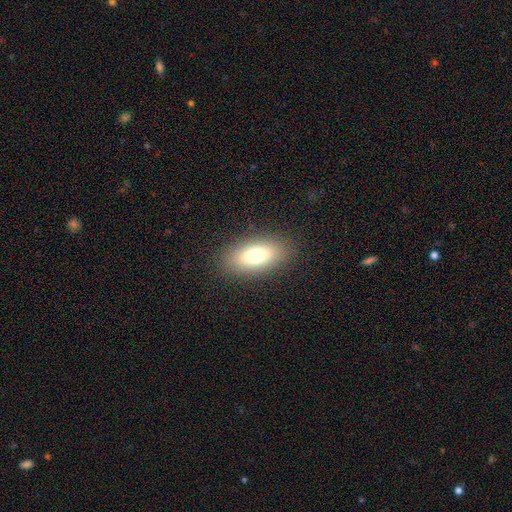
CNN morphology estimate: A smooth galaxy with no disk features (73%) that is in between round and cigar-shaped (87%). Merging: none (87%).